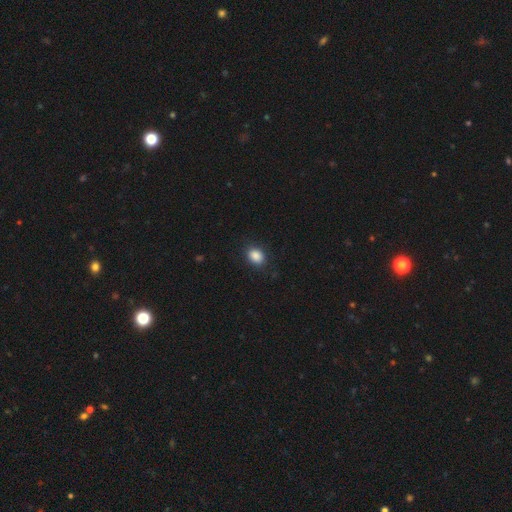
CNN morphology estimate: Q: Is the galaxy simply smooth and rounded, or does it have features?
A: smooth — 87%.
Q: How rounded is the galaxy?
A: in between — 65%.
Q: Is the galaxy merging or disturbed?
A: none — 84%.